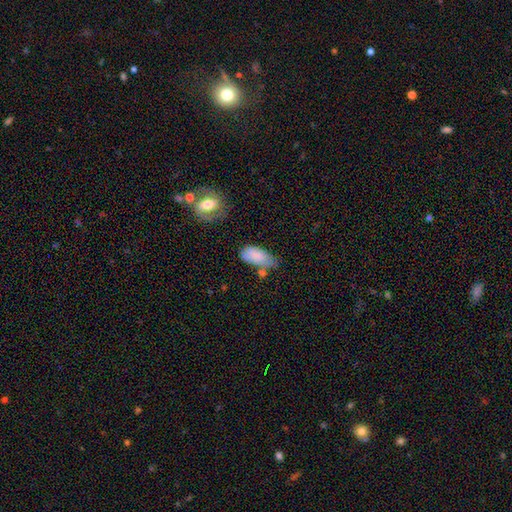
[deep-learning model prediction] Smooth or featured? Predicted: smooth (p=0.80). How rounded? Predicted: in between (p=0.92). Merging? Predicted: none (p=0.42).